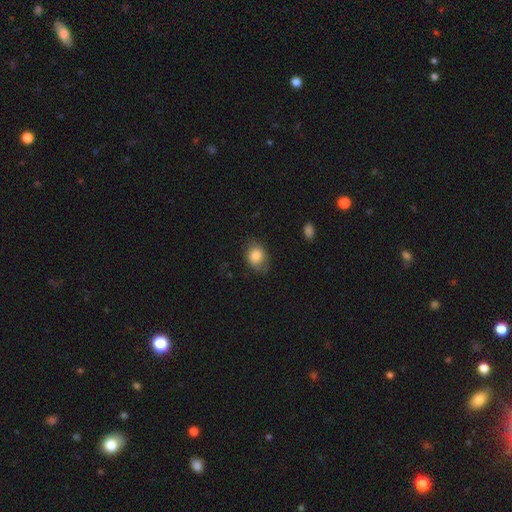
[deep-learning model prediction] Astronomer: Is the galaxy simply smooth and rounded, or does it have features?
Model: smooth — 80%.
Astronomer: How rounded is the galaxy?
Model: in between — 59% (runner-up: round, 40%).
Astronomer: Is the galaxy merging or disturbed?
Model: none — 63%.